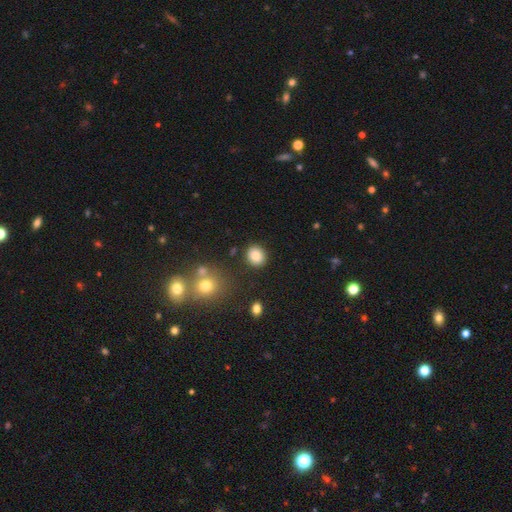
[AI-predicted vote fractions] Smooth or featured? smooth (84%)
How rounded? round (75%)
Merging? none (88%)